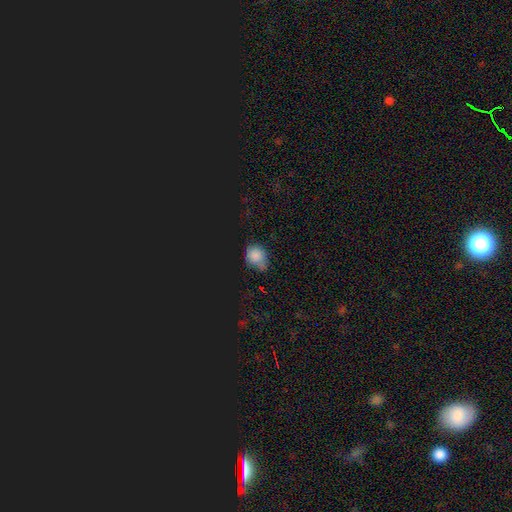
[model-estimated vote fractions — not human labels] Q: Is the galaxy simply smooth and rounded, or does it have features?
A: smooth — 77%.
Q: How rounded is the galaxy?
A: round — 69%.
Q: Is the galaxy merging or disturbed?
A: none — 56%.